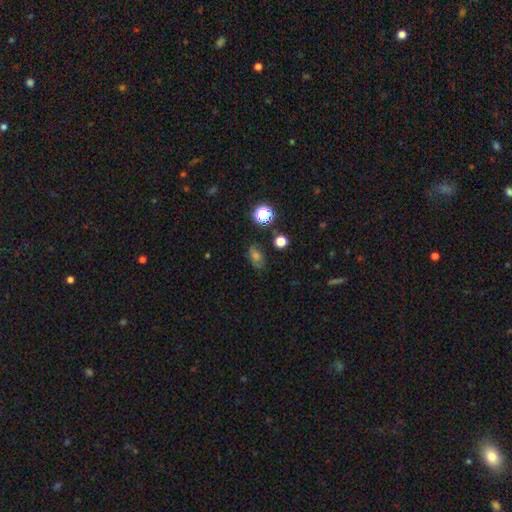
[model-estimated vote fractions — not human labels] The model was most divided on "smooth or featured": smooth: 51%, star or artifact: 30%, featured or disk: 19%. More confident: merging — none (76%); how rounded — in between (71%).